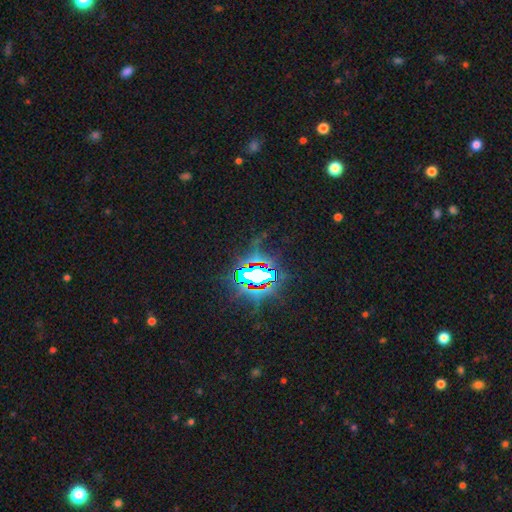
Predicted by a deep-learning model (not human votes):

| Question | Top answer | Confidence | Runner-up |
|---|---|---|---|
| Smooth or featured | star or artifact | 85% | smooth (8%) |